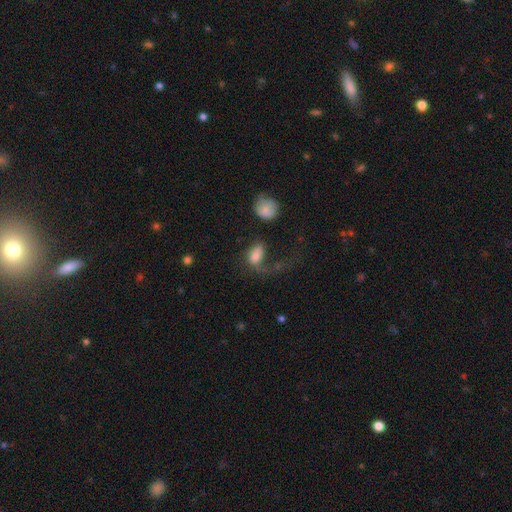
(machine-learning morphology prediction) Smooth or featured: smooth — 66% (featured or disk — 23%)
How rounded: in between — 78% (round — 18%)
Merging: major disturbance — 55% (none — 22%)